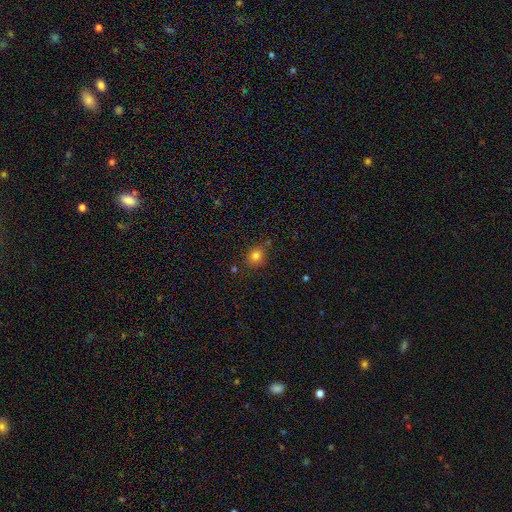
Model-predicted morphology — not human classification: Smooth or featured? Predicted: smooth (p=0.81). How rounded? Predicted: round (p=0.70). Merging? Predicted: none (p=0.73).